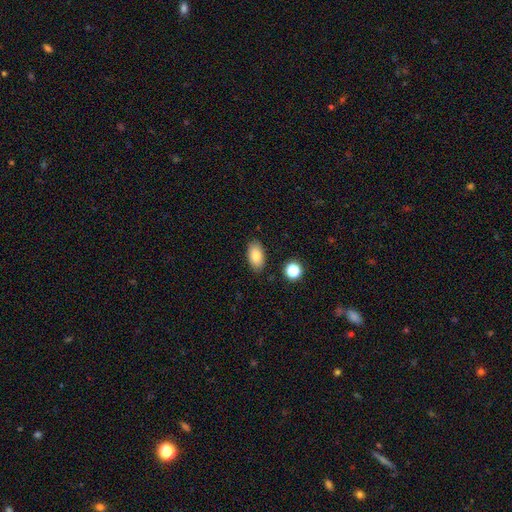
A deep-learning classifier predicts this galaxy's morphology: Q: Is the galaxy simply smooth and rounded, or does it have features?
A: smooth — 82%.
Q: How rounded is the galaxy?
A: in between — 93%.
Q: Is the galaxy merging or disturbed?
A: none — 85%.